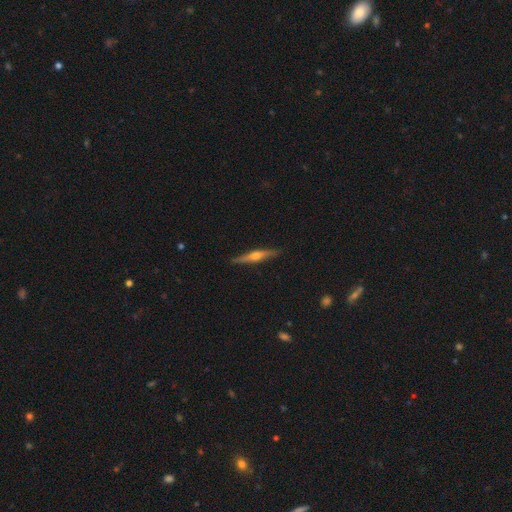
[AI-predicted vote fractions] smooth_or_featured: featured or disk (p=0.68) [alt: smooth p=0.26]
disk_edge_on: yes (p=0.97) [alt: no p=0.03]
edge_on_bulge: rounded (p=0.90) [alt: none p=0.05]
merging: none (p=0.88) [alt: minor disturbance p=0.09]